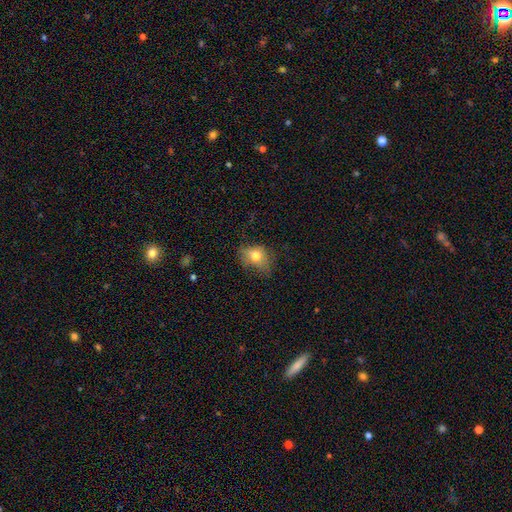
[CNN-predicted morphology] type=smooth (74%); roundness=in between (59%); merging=none (49%).